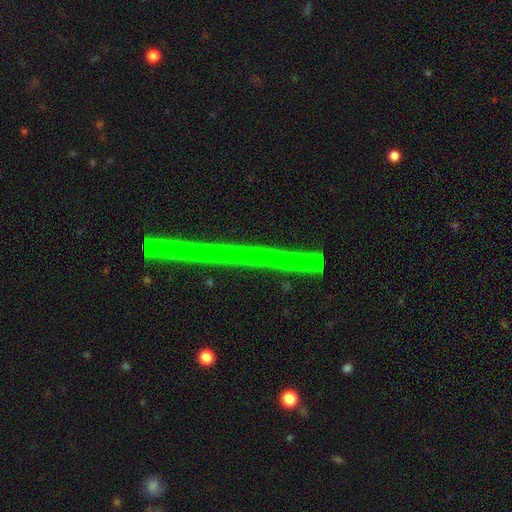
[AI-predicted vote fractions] This is likely a star or artifact rather than a galaxy (77%).